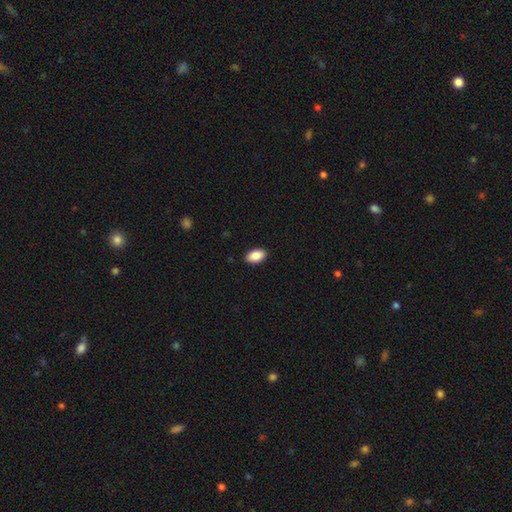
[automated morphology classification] Smooth or featured? smooth (88%)
How rounded? in between (94%)
Merging? none (90%)